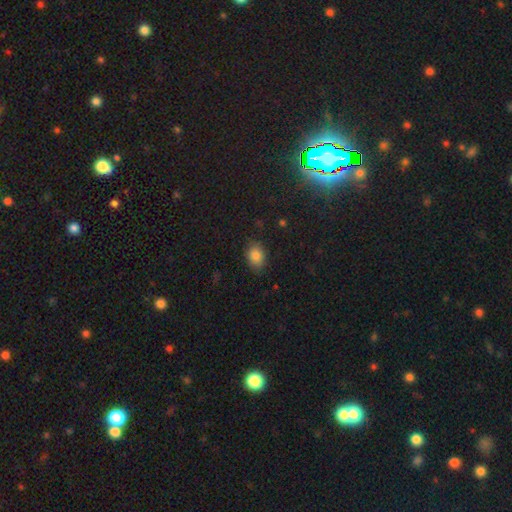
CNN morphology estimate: Overall: smooth (84%). How rounded: in between (71%). Merging: none (83%).